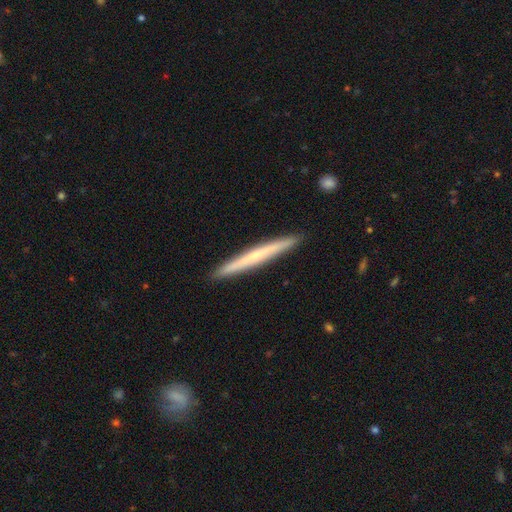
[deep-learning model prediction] Smooth or featured? Predicted: featured or disk (p=0.49). Merging? Predicted: none (p=0.92).